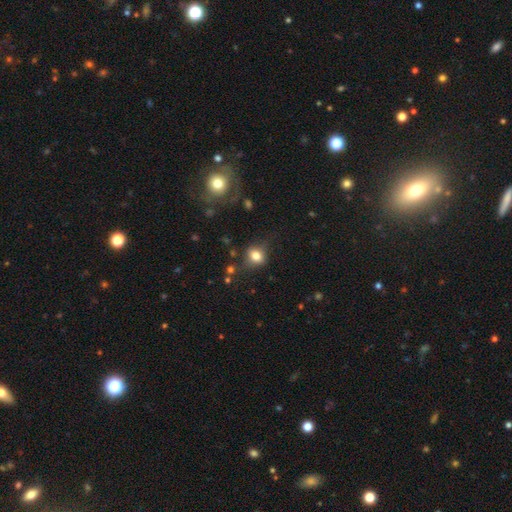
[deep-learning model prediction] This is likely a smooth galaxy (75%). How rounded: likely round (66%). Merging: likely none (67%).